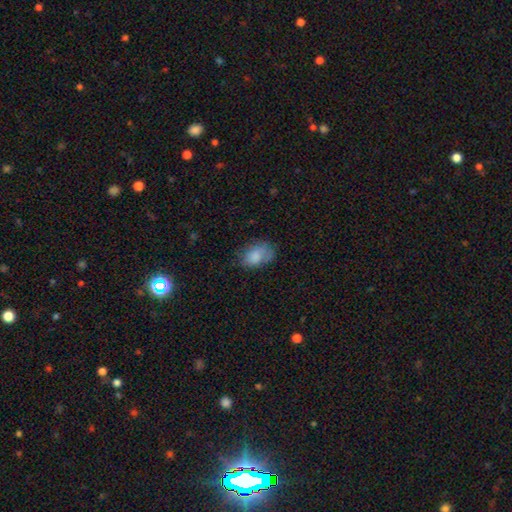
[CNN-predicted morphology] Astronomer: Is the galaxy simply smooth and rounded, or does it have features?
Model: smooth — 81%.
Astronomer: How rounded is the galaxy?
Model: in between — 85%.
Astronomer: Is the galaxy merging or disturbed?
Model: none — 62%.